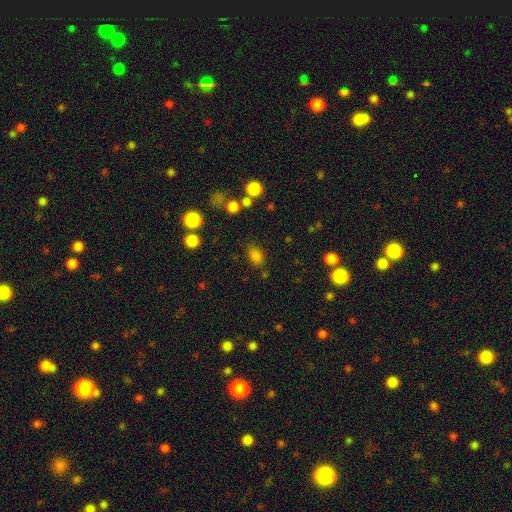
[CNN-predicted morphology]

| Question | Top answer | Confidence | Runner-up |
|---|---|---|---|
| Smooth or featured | smooth | 79% | star or artifact (16%) |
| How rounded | in between | 72% | round (27%) |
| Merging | none | 77% | minor disturbance (14%) |